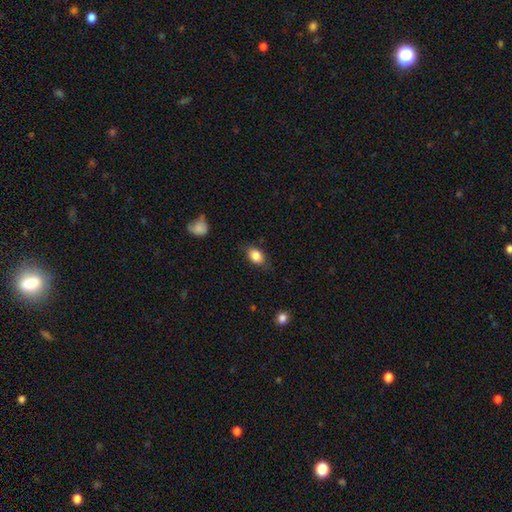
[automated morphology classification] The model was most divided on "merging": none: 76%, minor disturbance: 18%, major disturbance: 4%, merger: 1%. More confident: smooth or featured — smooth (85%); how rounded — in between (81%).